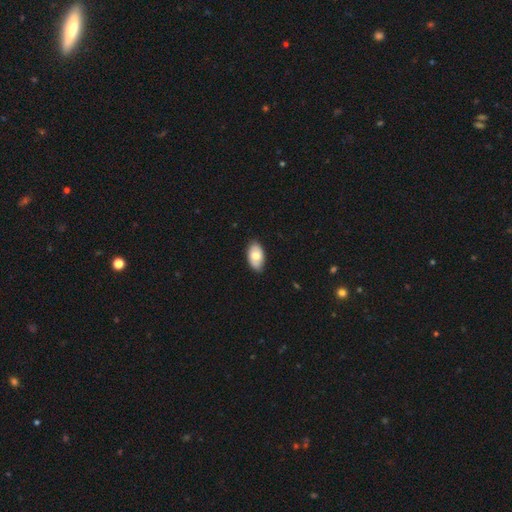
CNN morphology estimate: Smooth or featured? smooth (71%)
How rounded? in between (94%)
Merging? none (85%)